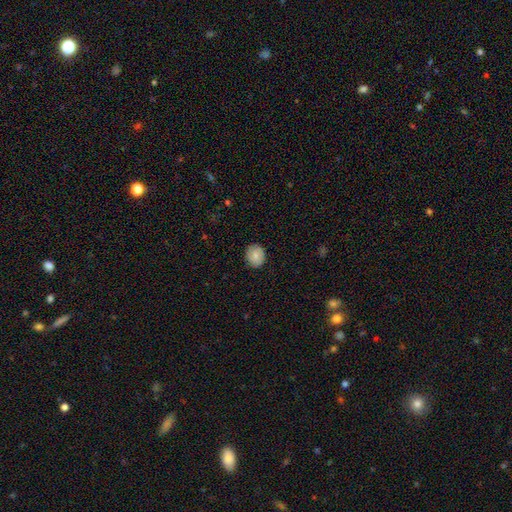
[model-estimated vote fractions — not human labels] A smooth galaxy with no disk features (76%) that is round (65%).

Vote fractions:
- Smooth or featured? smooth: 76% / featured or disk: 17% / star or artifact: 7%
- How rounded? round: 65% / in between: 34% / cigar-shaped: 1%
- Merging? none: 86% / minor disturbance: 11% / major disturbance: 2% / merger: 1%